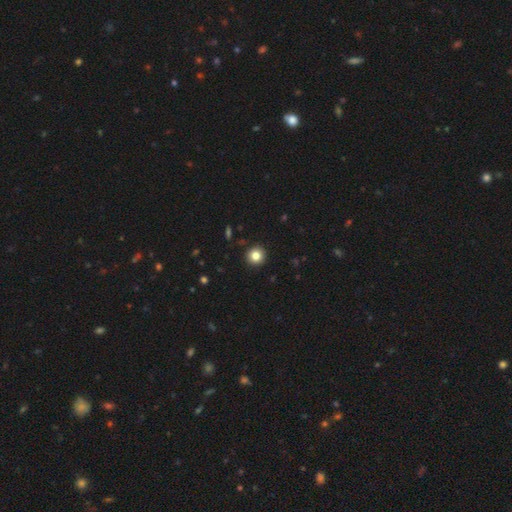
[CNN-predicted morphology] smooth-or-featured: smooth: 82% | star or artifact: 11% | featured or disk: 7%
  how-rounded: round: 94% | in between: 5% | cigar-shaped: 1%
  merging: none: 92% | minor disturbance: 5% | major disturbance: 2% | merger: 1%